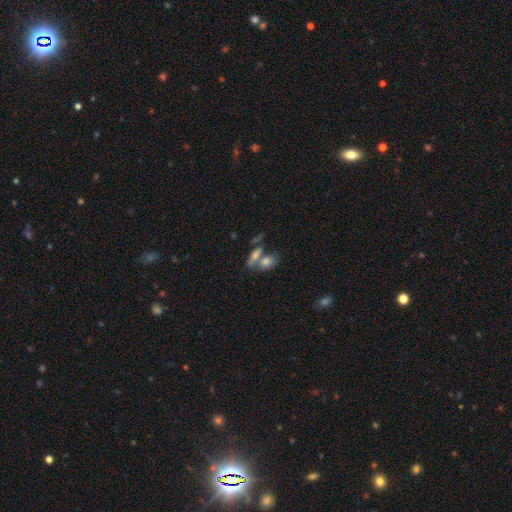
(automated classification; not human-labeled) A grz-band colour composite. It shows a smooth galaxy with no disk features (58%) that is in between round and cigar-shaped (64%). Merging: merger (45%).